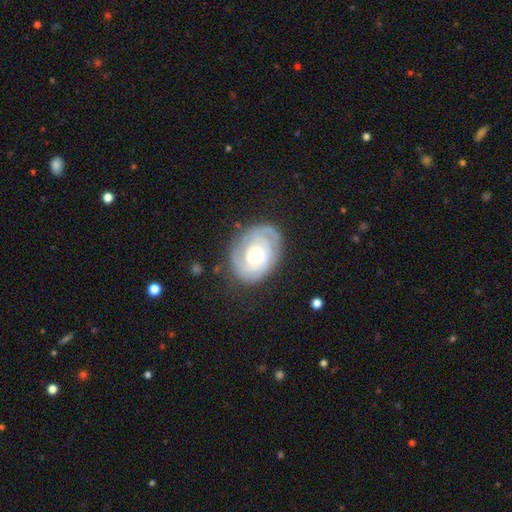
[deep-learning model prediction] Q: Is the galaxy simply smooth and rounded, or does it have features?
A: featured or disk — 81%.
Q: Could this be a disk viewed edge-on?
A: no — 97%.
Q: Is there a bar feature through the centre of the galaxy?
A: no — 75%.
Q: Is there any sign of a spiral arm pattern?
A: yes — 93%.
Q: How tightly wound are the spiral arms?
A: tight — 70%.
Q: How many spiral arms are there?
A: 2 — 36%.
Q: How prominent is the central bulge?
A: moderate — 62%.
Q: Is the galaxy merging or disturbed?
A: none — 76%.